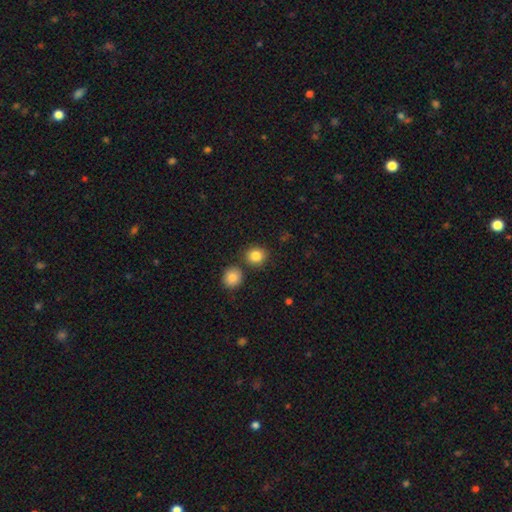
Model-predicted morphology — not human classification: Smooth or featured?
  - smooth: 85% *
  - star or artifact: 10%
  - featured or disk: 5%
How rounded?
  - round: 81% *
  - in between: 18%
  - cigar-shaped: 1%
Merging?
  - none: 78% *
  - merger: 12%
  - minor disturbance: 8%
  - major disturbance: 3%